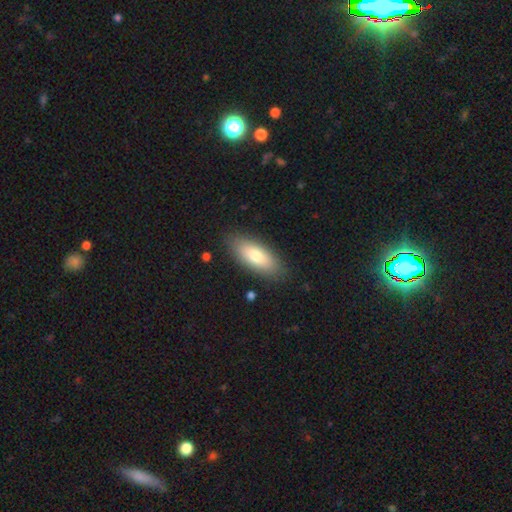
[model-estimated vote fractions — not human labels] smooth-or-featured: smooth: 75% | featured or disk: 19% | star or artifact: 6%
  how-rounded: in between: 83% | cigar-shaped: 15% | round: 2%
  merging: none: 86% | minor disturbance: 10% | major disturbance: 3% | merger: 1%